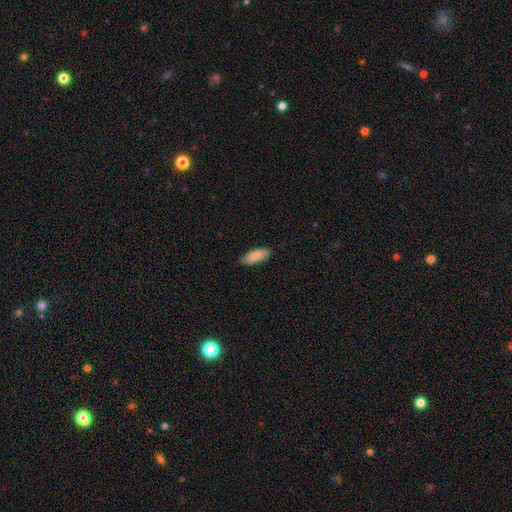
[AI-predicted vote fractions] This appears to be a smooth galaxy with no disk features (88%) that is in between round and cigar-shaped (79%). Merging: none (84%).